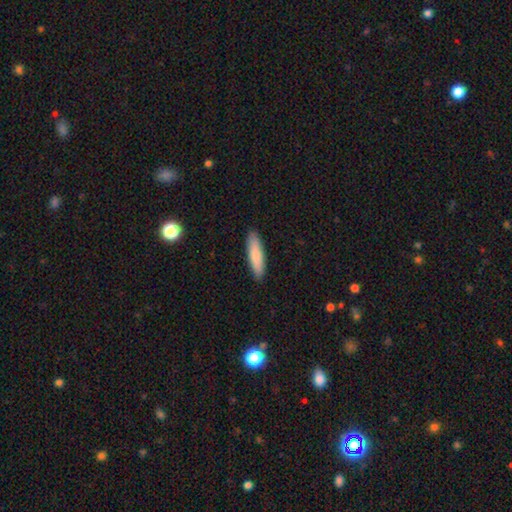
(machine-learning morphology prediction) Smooth or featured? smooth (85%)
How rounded? cigar-shaped (70%)
Merging? none (90%)